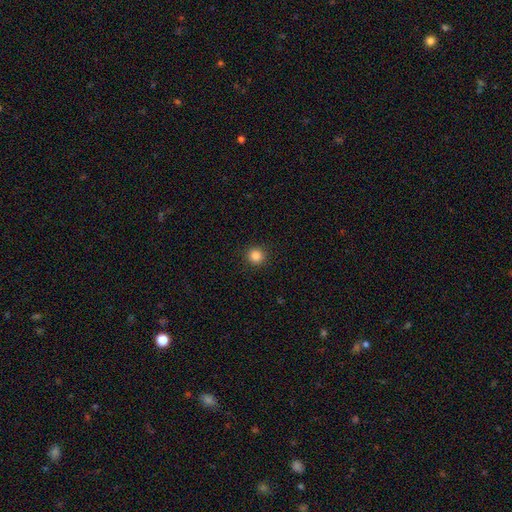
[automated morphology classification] Smooth or featured?
  - smooth: 85% *
  - star or artifact: 11%
  - featured or disk: 4%
How rounded?
  - round: 94% *
  - in between: 5%
  - cigar-shaped: 1%
Merging?
  - none: 92% *
  - minor disturbance: 5%
  - major disturbance: 2%
  - merger: 1%